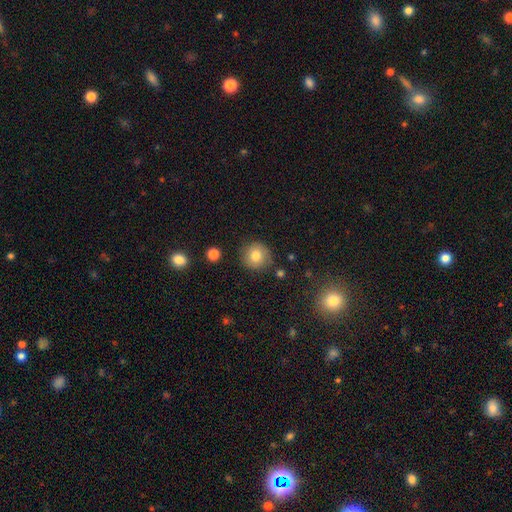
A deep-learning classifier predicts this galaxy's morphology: smooth_or_featured: smooth (p=0.78) [alt: featured or disk p=0.12]
how_rounded: round (p=0.93) [alt: in between p=0.06]
merging: none (p=0.85) [alt: minor disturbance p=0.10]